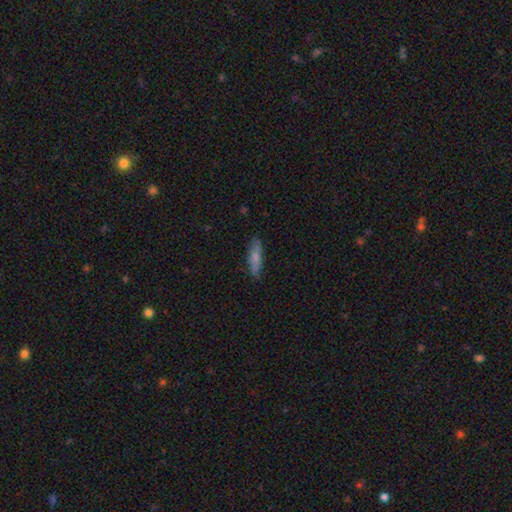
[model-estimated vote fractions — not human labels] Smooth or featured?
  - smooth: 65% *
  - featured or disk: 27%
  - star or artifact: 8%
How rounded?
  - cigar-shaped: 73% *
  - in between: 25%
  - round: 2%
Merging?
  - none: 84% *
  - minor disturbance: 12%
  - major disturbance: 2%
  - merger: 1%